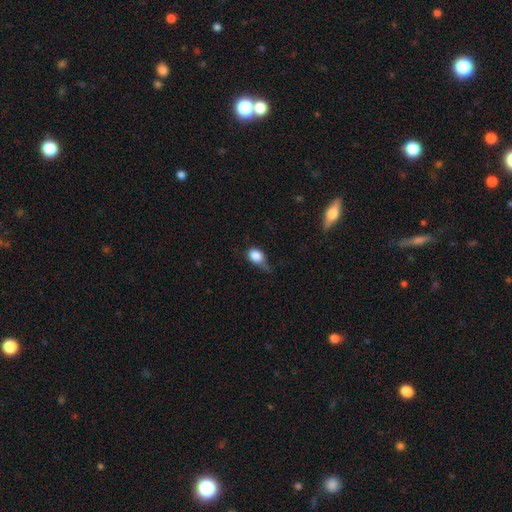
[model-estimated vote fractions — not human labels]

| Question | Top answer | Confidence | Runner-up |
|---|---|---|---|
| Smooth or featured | smooth | 83% | star or artifact (8%) |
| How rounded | in between | 65% | round (33%) |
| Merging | minor disturbance | 42% | none (34%) |